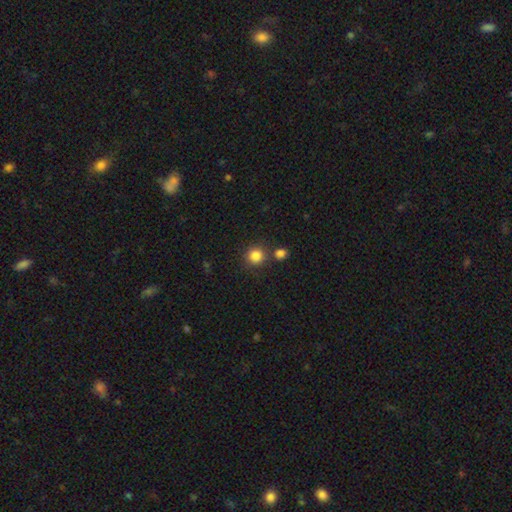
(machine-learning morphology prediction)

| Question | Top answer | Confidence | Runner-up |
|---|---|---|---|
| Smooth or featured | smooth | 85% | star or artifact (11%) |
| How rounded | round | 91% | in between (8%) |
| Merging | none | 77% | merger (12%) |